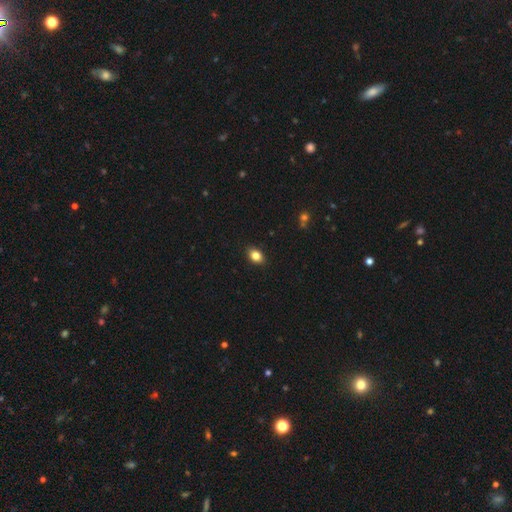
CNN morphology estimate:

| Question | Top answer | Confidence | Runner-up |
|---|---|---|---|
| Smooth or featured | smooth | 83% | star or artifact (9%) |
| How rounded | in between | 77% | round (22%) |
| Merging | none | 89% | minor disturbance (9%) |